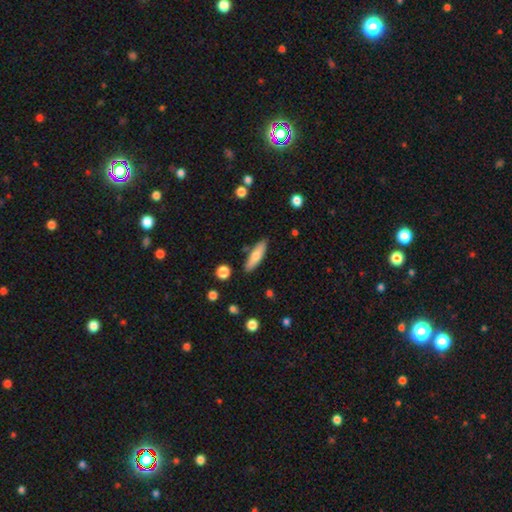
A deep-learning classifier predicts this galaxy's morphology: Smooth or featured: smooth — 71% (featured or disk — 23%)
How rounded: cigar-shaped — 63% (in between — 35%)
Merging: none — 85% (minor disturbance — 10%)